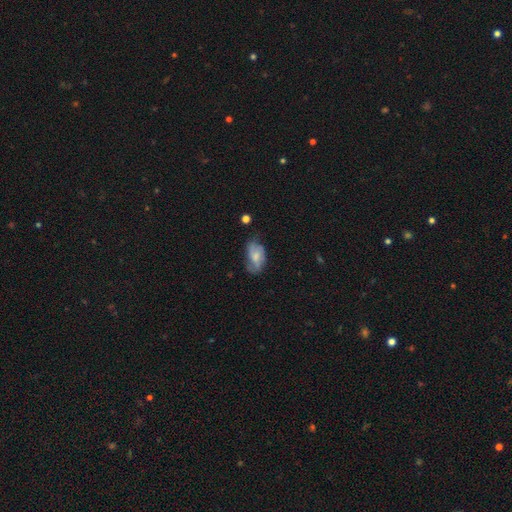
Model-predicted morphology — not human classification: Q: Smooth or featured?
A: smooth (55%); runner-up: featured or disk (37%)
Q: How rounded?
A: in between (91%); runner-up: round (6%)
Q: Merging?
A: none (46%); runner-up: minor disturbance (34%)